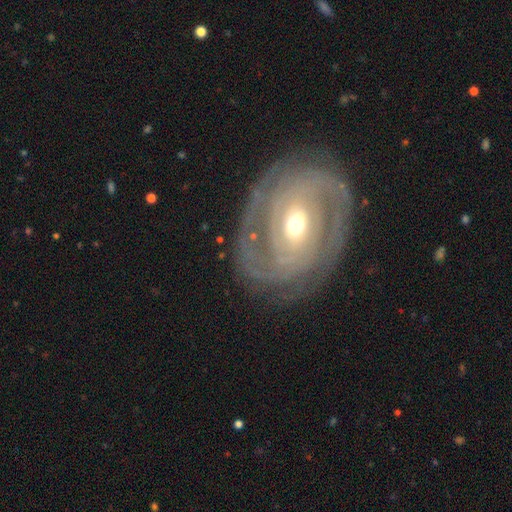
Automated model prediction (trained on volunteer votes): The model was most divided on "bar": weak: 43%, strong: 29%, no: 28%. Remaining: edge-on disk — no (96%); spiral arms — yes (93%); smooth or featured — featured or disk (86%); merging — none (80%); spiral winding — tight (68%); bulge size — moderate (61%); spiral arm count — 2 (48%).